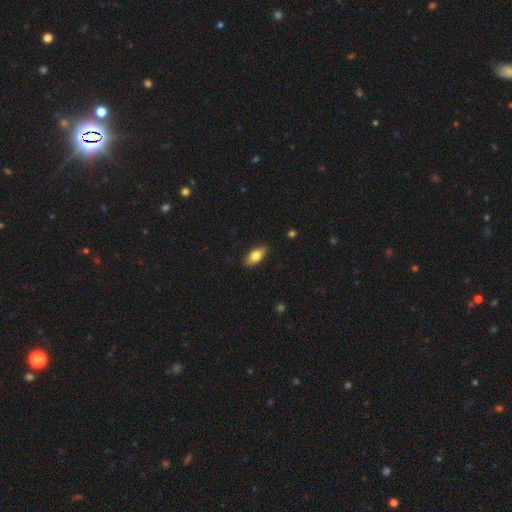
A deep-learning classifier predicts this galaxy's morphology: This appears to be a smooth galaxy with no disk features (71%) that is in between round and cigar-shaped (84%). Merging: none (87%).